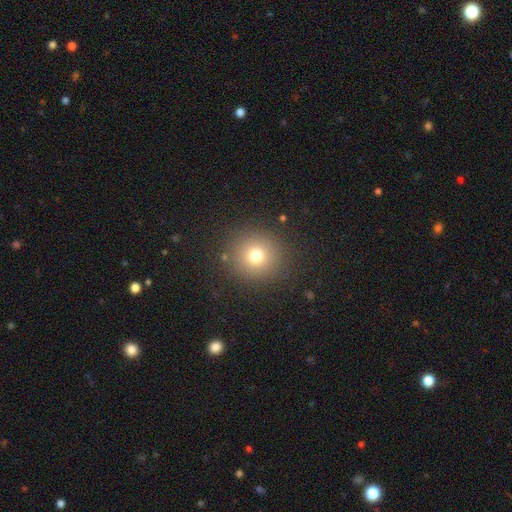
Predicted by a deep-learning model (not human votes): Smooth or featured: smooth — 73% (star or artifact — 16%)
How rounded: round — 93% (in between — 6%)
Merging: none — 88% (minor disturbance — 7%)